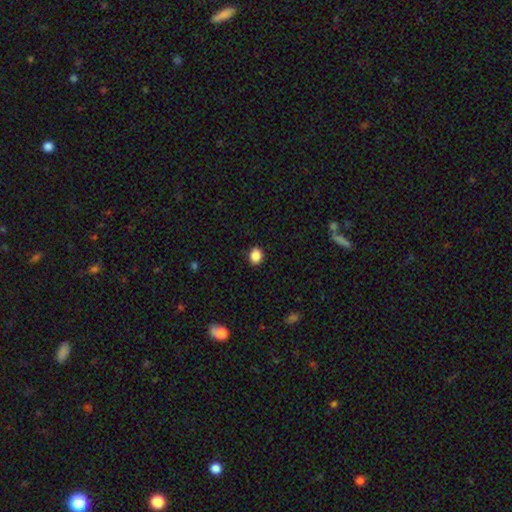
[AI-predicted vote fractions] This is clearly a smooth galaxy (88%). How rounded: possibly round (56%). Merging: clearly none (90%).